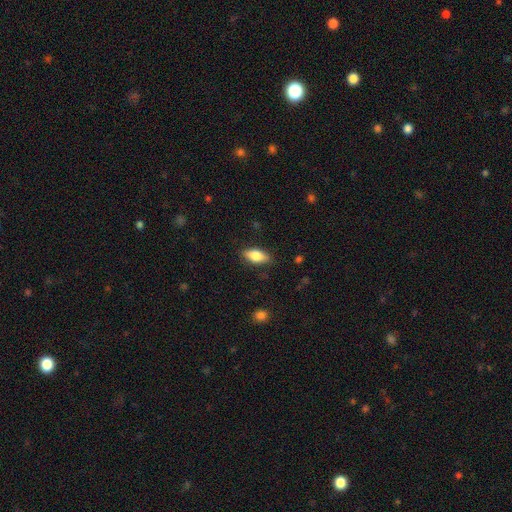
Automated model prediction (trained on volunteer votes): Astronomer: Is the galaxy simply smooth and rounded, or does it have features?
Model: smooth — 75%.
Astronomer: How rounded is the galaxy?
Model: in between — 83%.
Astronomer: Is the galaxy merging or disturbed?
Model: none — 83%.